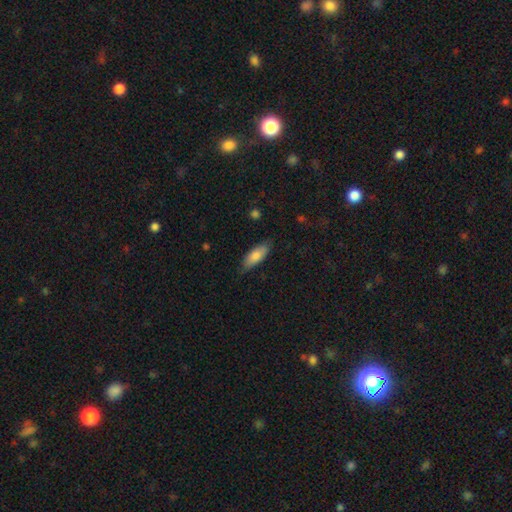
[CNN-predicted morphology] smooth-or-featured: smooth: 81% | featured or disk: 13% | star or artifact: 6%
  how-rounded: in between: 72% | cigar-shaped: 26% | round: 2%
  merging: none: 78% | minor disturbance: 18% | major disturbance: 3% | merger: 1%